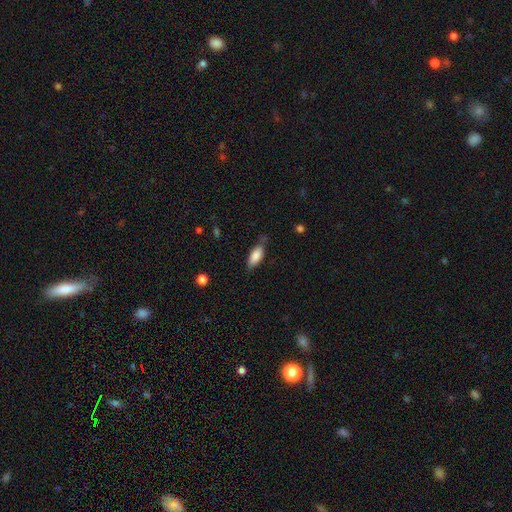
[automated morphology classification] Smooth or featured?
  - smooth: 82% *
  - featured or disk: 11%
  - star or artifact: 6%
How rounded?
  - in between: 78% *
  - cigar-shaped: 20%
  - round: 2%
Merging?
  - none: 68% *
  - minor disturbance: 24%
  - major disturbance: 5%
  - merger: 3%